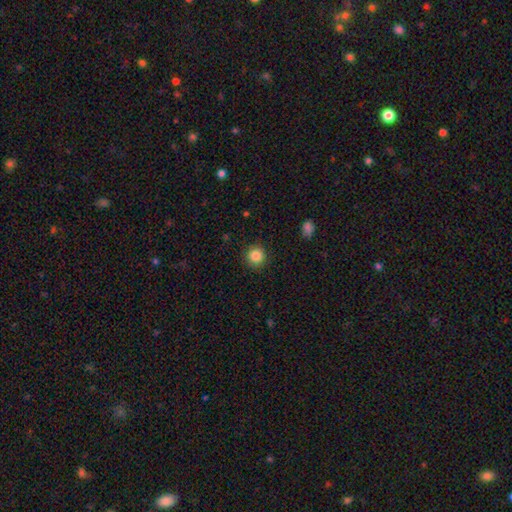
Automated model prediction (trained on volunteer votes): This is clearly a smooth galaxy (86%). How rounded: clearly round (93%). Merging: clearly none (90%).